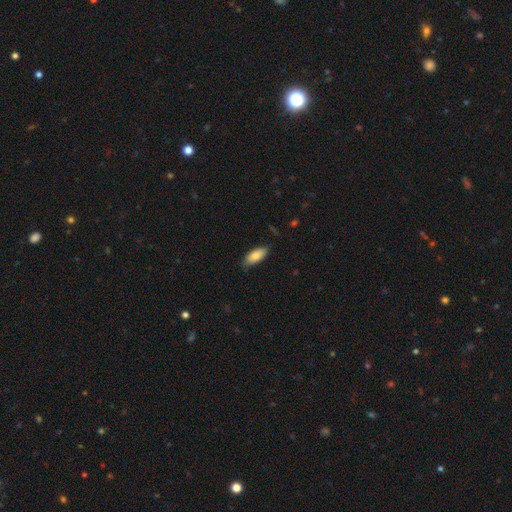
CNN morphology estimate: smooth_or_featured: smooth (p=0.83) [alt: featured or disk p=0.11]
how_rounded: in between (p=0.86) [alt: cigar-shaped p=0.12]
merging: none (p=0.78) [alt: minor disturbance p=0.18]